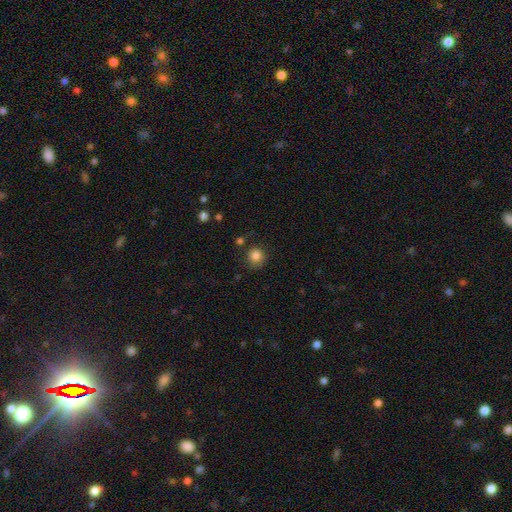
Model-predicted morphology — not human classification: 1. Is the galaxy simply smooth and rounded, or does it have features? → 84% smooth, 11% star or artifact, 5% featured or disk.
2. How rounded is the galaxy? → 90% round, 9% in between, 1% cigar-shaped.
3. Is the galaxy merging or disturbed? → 76% none, 16% minor disturbance, 5% major disturbance, 4% merger.